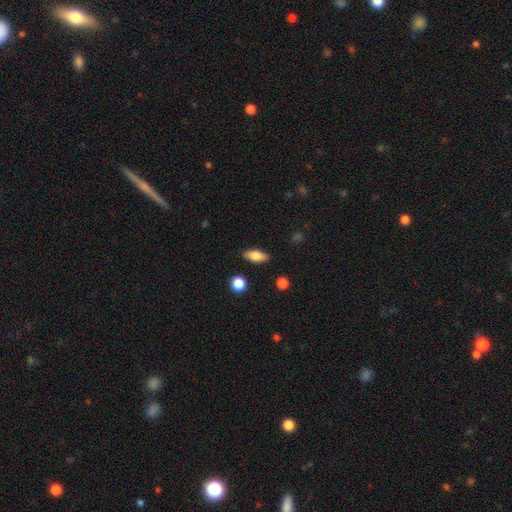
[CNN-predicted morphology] smooth-or-featured: smooth: 74% | featured or disk: 19% | star or artifact: 7%
  how-rounded: in between: 79% | cigar-shaped: 17% | round: 5%
  merging: none: 87% | minor disturbance: 9% | major disturbance: 2% | merger: 2%